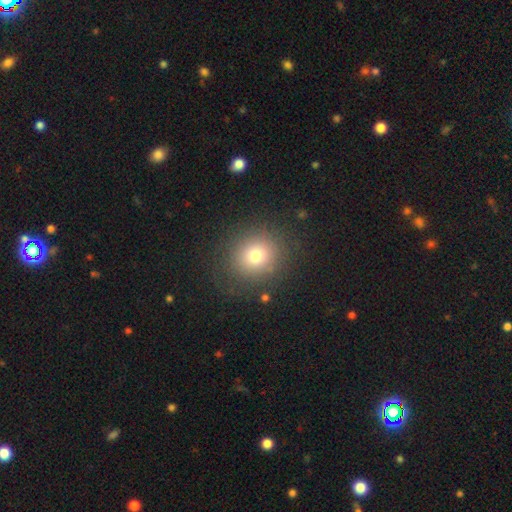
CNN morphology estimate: smooth-or-featured: smooth: 73% | star or artifact: 16% | featured or disk: 12%
  how-rounded: round: 87% | in between: 12% | cigar-shaped: 1%
  merging: none: 83% | minor disturbance: 9% | major disturbance: 6% | merger: 2%